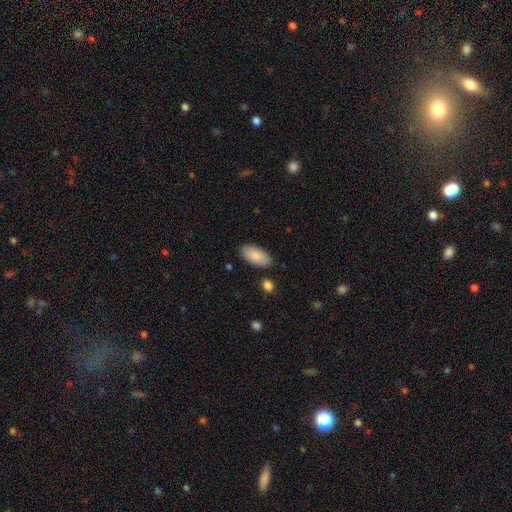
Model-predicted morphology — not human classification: Smooth or featured: smooth — 87% (featured or disk — 7%)
How rounded: in between — 94% (cigar-shaped — 4%)
Merging: none — 85% (minor disturbance — 10%)